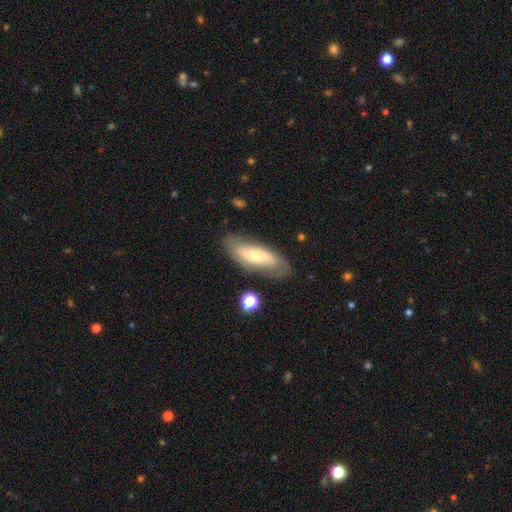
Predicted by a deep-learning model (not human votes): smooth-or-featured: featured or disk: 49% | smooth: 44% | star or artifact: 7%
  merging: none: 74% | minor disturbance: 17% | major disturbance: 6% | merger: 3%